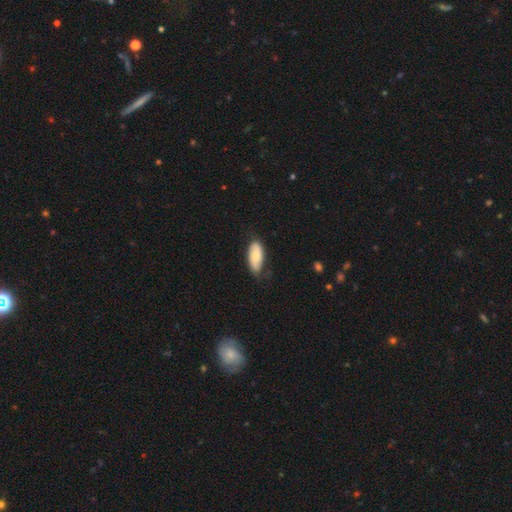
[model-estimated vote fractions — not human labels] Overall: smooth (68%). How rounded: in between (88%). Merging: none (67%).